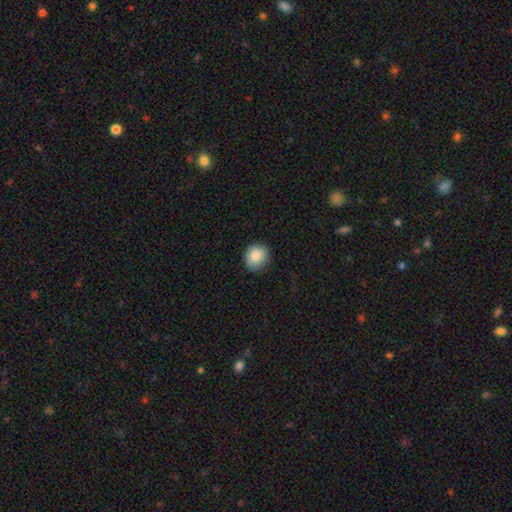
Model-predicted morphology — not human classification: A smooth galaxy with no disk features (86%) that is round (81%).

Vote fractions:
- Smooth or featured? smooth: 86% / star or artifact: 8% / featured or disk: 6%
- How rounded? round: 81% / in between: 18% / cigar-shaped: 1%
- Merging? none: 84% / minor disturbance: 12% / major disturbance: 2% / merger: 1%